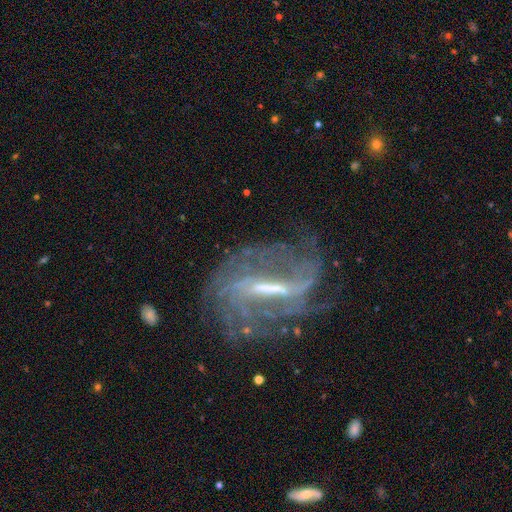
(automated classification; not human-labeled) Overall: featured or disk (84%). Edge-on disk: no (86%). Bar: strong (70%). Spiral arms: yes (88%). Spiral arm count: can't tell (39%; 2 27%). Spiral winding: tight (39%; medium 38%). Bulge size: small (40%; moderate 39%). Merging: none (64%).